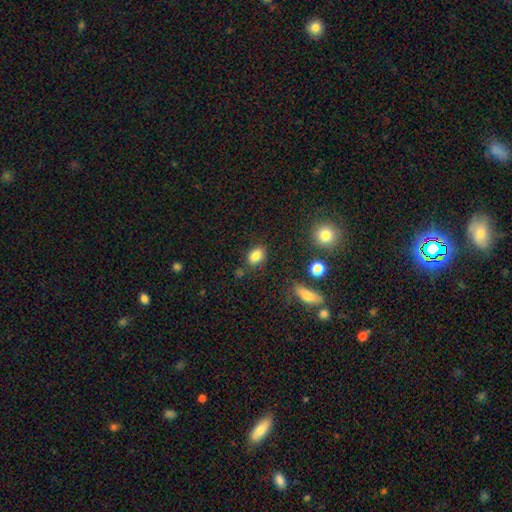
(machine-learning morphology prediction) Smooth or featured?
  - smooth: 83% *
  - star or artifact: 10%
  - featured or disk: 7%
How rounded?
  - in between: 73% *
  - round: 25%
  - cigar-shaped: 2%
Merging?
  - none: 80% *
  - minor disturbance: 12%
  - merger: 4%
  - major disturbance: 3%